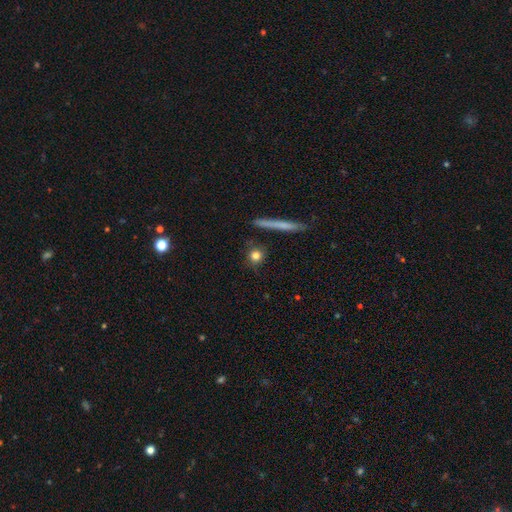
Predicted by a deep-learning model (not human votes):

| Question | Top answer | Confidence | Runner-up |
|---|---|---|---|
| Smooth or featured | smooth | 78% | featured or disk (12%) |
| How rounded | round | 76% | cigar-shaped (12%) |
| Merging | none | 83% | minor disturbance (10%) |